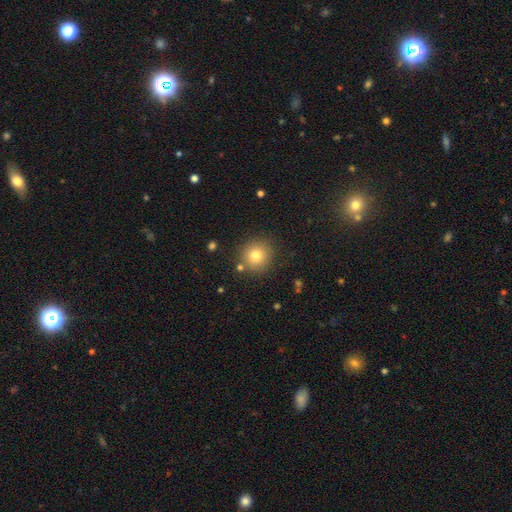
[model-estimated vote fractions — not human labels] A smooth galaxy with no disk features (77%) that is round (91%). Merging: none (85%).